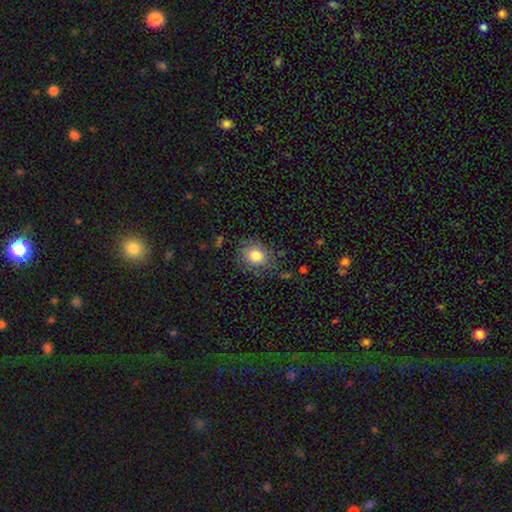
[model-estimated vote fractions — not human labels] Morphology: type=smooth (80%); roundness=round (61%); merging=none (68%).